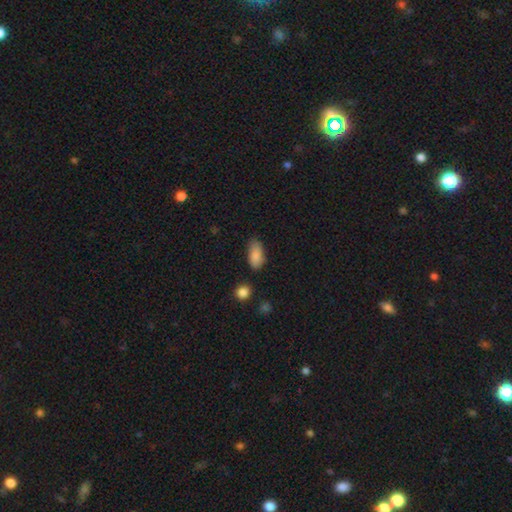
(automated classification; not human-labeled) The model was most divided on "merging": none: 71%, minor disturbance: 21%, major disturbance: 4%, merger: 3%. More confident: how rounded — in between (91%); smooth or featured — smooth (86%).